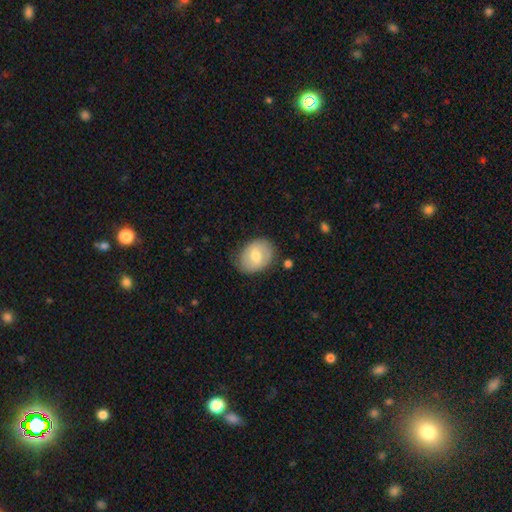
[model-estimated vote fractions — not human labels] This is possibly a smooth galaxy (60%). How rounded: possibly in between (58%). Merging: likely none (74%).